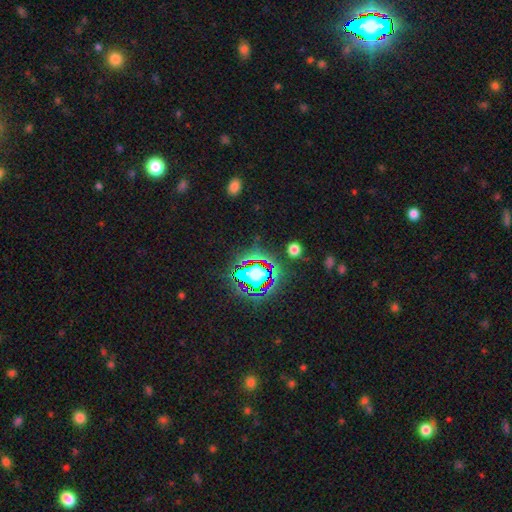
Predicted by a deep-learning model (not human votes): Q: Smooth or featured?
A: star or artifact (68%); runner-up: smooth (19%)